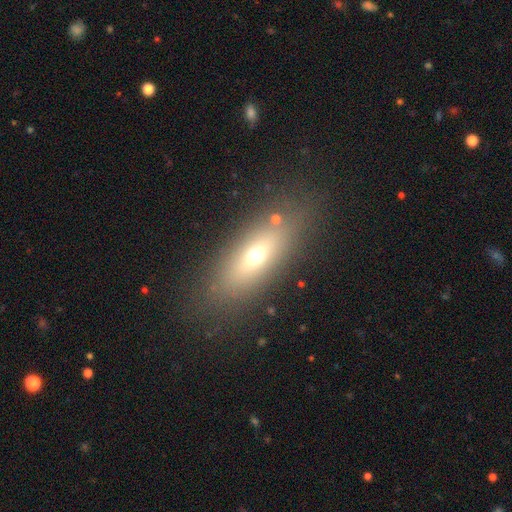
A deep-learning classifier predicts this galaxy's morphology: Smooth or featured? Predicted: smooth (p=0.59). How rounded? Predicted: in between (p=0.62). Merging? Predicted: none (p=0.79).